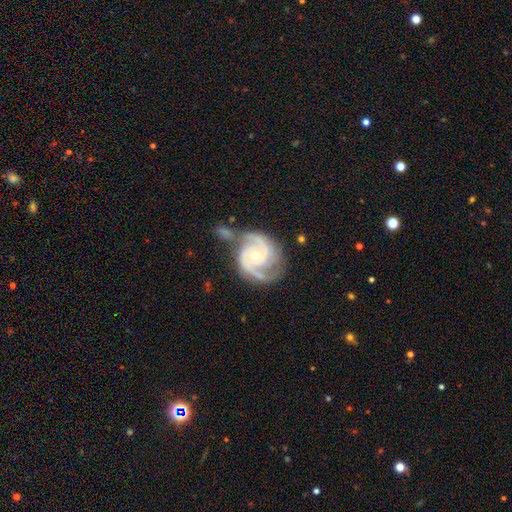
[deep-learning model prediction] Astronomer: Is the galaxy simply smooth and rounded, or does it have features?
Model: featured or disk — 91%.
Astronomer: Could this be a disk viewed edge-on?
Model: no — 98%.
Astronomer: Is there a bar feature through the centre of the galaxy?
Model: no — 66%.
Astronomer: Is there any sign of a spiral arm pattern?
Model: yes — 98%.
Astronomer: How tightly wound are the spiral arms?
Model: medium — 48% (runner-up: tight, 44%).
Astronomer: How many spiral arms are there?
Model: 2 — 75%.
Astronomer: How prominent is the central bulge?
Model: small — 55% (runner-up: moderate, 42%).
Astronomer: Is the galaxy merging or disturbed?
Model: none — 56%.